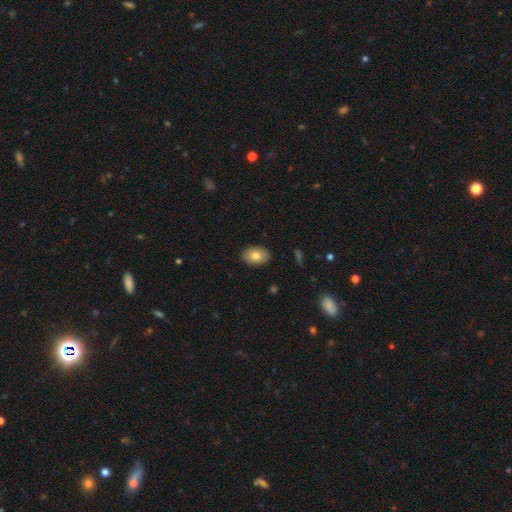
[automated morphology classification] Smooth or featured?
  - smooth: 77% *
  - featured or disk: 16%
  - star or artifact: 7%
How rounded?
  - in between: 82% *
  - round: 17%
  - cigar-shaped: 1%
Merging?
  - none: 89% *
  - minor disturbance: 8%
  - major disturbance: 2%
  - merger: 1%